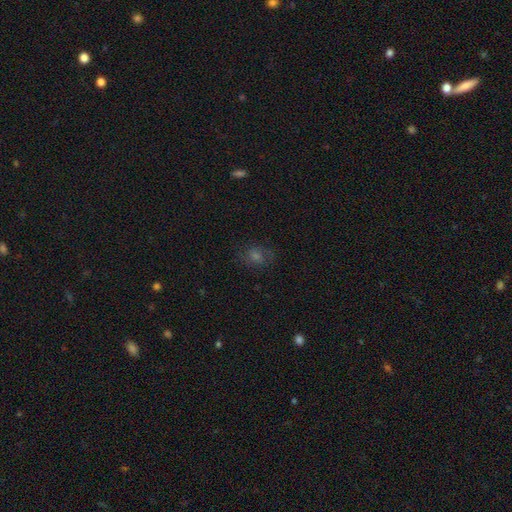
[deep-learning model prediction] A smooth galaxy with no disk features (43%). Merging: none (77%).